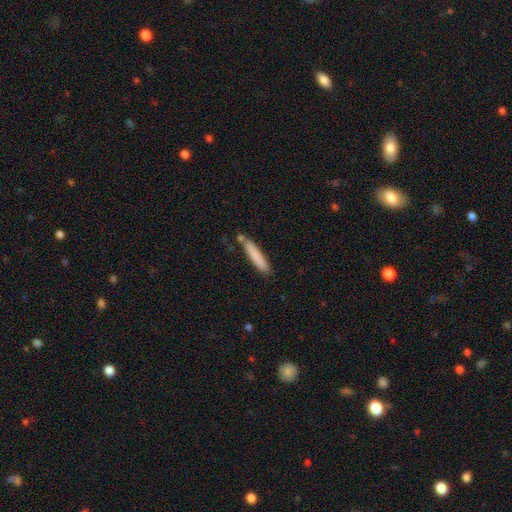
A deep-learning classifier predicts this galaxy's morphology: Q: Smooth or featured?
A: smooth (80%); runner-up: featured or disk (14%)
Q: How rounded?
A: cigar-shaped (92%); runner-up: in between (7%)
Q: Merging?
A: none (76%); runner-up: minor disturbance (13%)